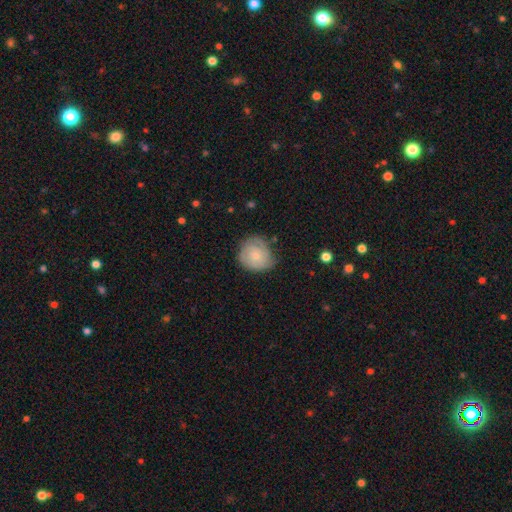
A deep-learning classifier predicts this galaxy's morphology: smooth-or-featured: smooth: 56% | featured or disk: 37% | star or artifact: 7%
  how-rounded: round: 84% | in between: 15% | cigar-shaped: 1%
  merging: none: 63% | minor disturbance: 27% | major disturbance: 7% | merger: 2%